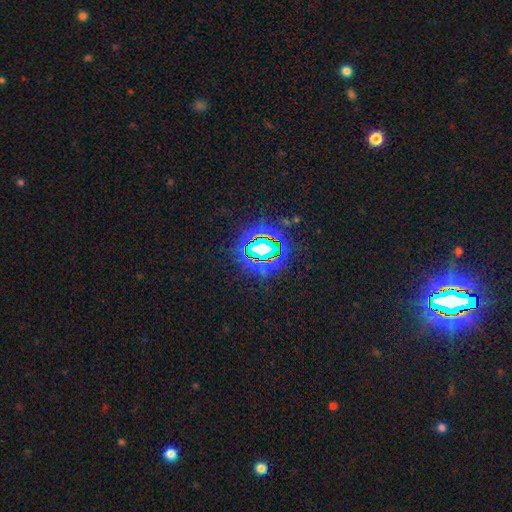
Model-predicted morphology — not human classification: A star or artifact, not a galaxy (79%).